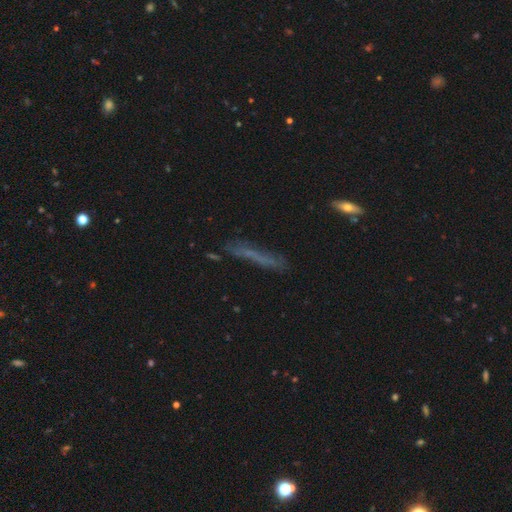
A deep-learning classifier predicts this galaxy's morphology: A smooth galaxy with no disk features (50%) that is cigar-shaped (92%). Merging: none (74%).